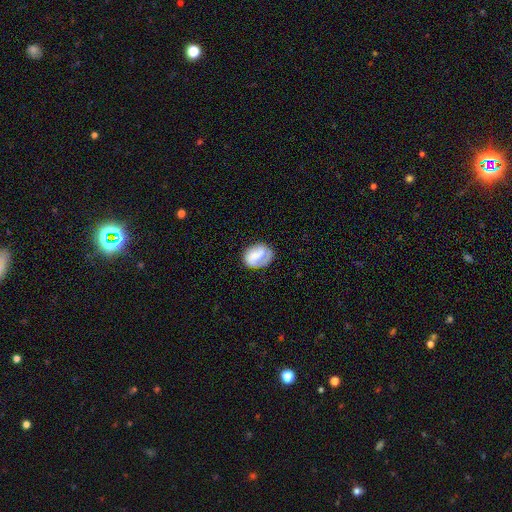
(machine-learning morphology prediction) type=smooth (48%); merging=none (58%).